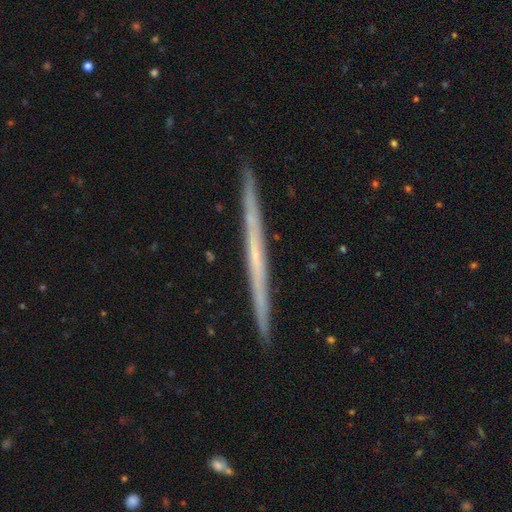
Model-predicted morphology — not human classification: Overall: featured or disk (63%; smooth 31%). Edge-on disk: yes (98%). Edge-on bulge: none (91%). Merging: none (92%).